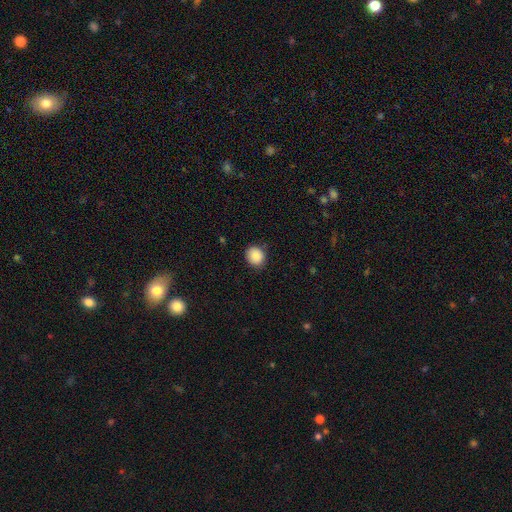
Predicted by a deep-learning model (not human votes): Morphology: type=smooth (87%); roundness=round (71%); merging=none (86%).